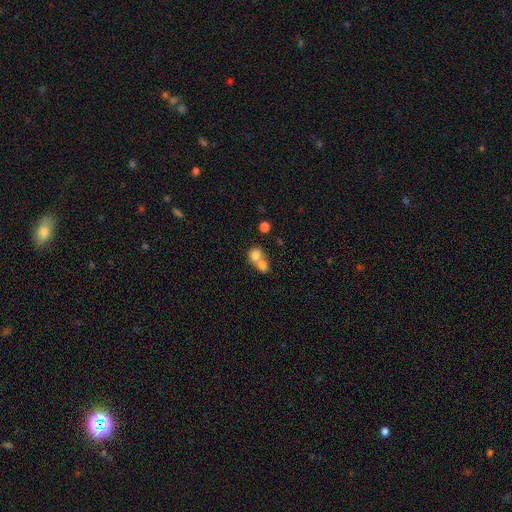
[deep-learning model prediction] Smooth or featured?
  - smooth: 77% *
  - featured or disk: 13%
  - star or artifact: 10%
How rounded?
  - round: 62% *
  - in between: 36%
  - cigar-shaped: 1%
Merging?
  - merger: 70% *
  - none: 22%
  - minor disturbance: 5%
  - major disturbance: 3%